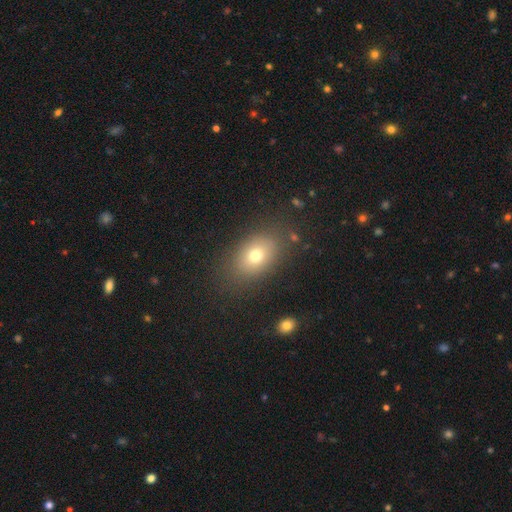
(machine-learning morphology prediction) The model was most divided on "smooth or featured": smooth: 73%, featured or disk: 15%, star or artifact: 12%. More confident: merging — none (82%); how rounded — in between (81%).